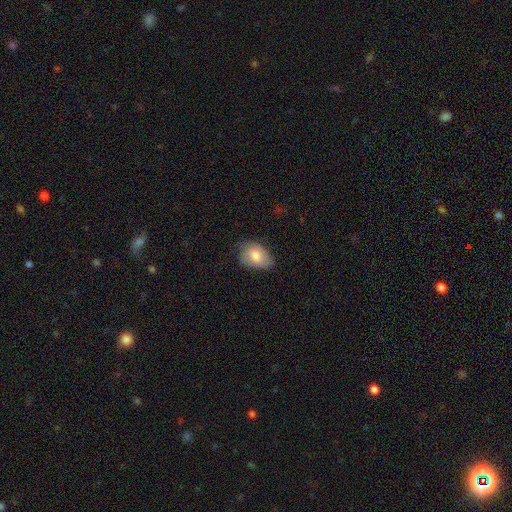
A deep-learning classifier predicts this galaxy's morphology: Smooth or featured? smooth (76%)
How rounded? in between (86%)
Merging? none (56%)